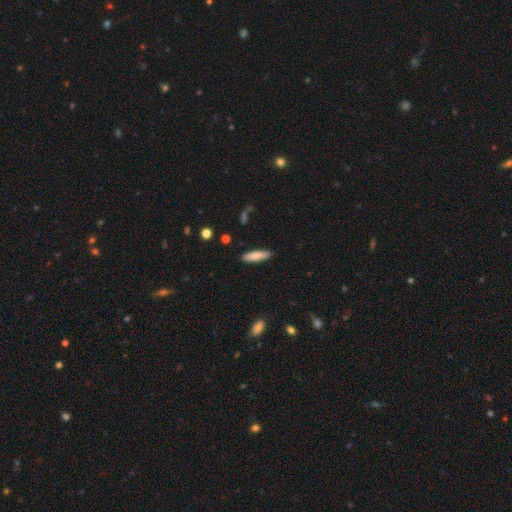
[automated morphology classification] A smooth galaxy with no disk features (82%) that is cigar-shaped (68%). Merging: none (89%).